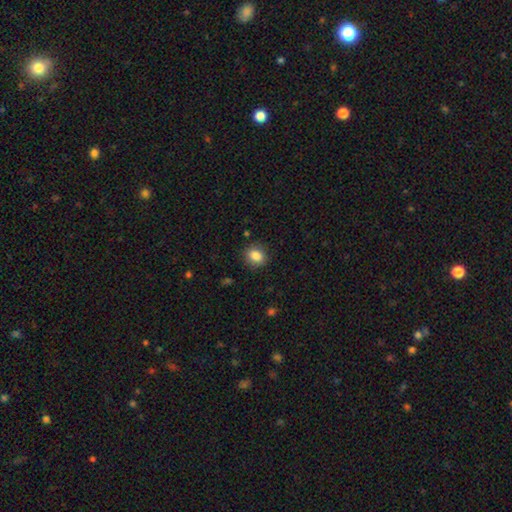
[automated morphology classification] Q: Smooth or featured?
A: smooth (86%); runner-up: star or artifact (9%)
Q: How rounded?
A: round (57%); runner-up: in between (42%)
Q: Merging?
A: none (86%); runner-up: minor disturbance (10%)